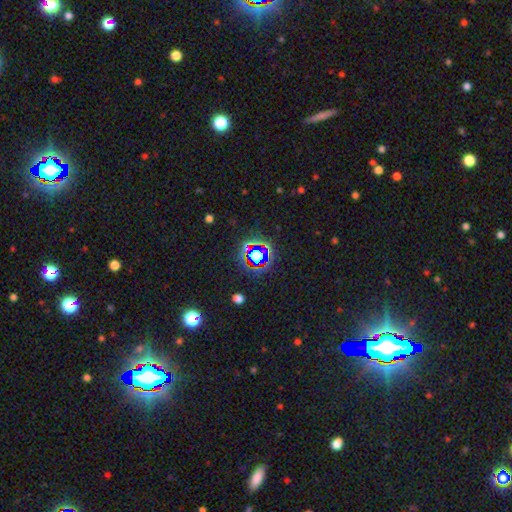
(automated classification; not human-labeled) This is likely a star or artifact rather than a galaxy (65%).